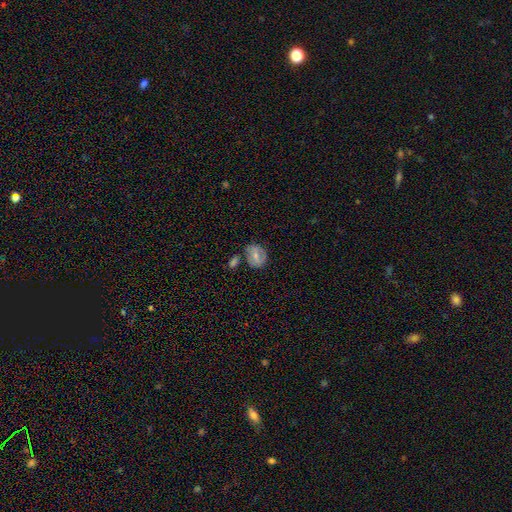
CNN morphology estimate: Smooth or featured: smooth — 52% (featured or disk — 39%)
How rounded: round — 57% (in between — 42%)
Merging: none — 63% (minor disturbance — 18%)